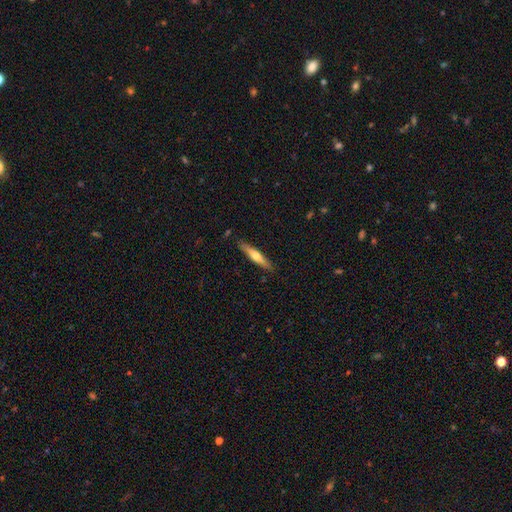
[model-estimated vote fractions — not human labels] Smooth or featured: featured or disk — 50% (smooth — 45%)
Merging: none — 88% (minor disturbance — 9%)